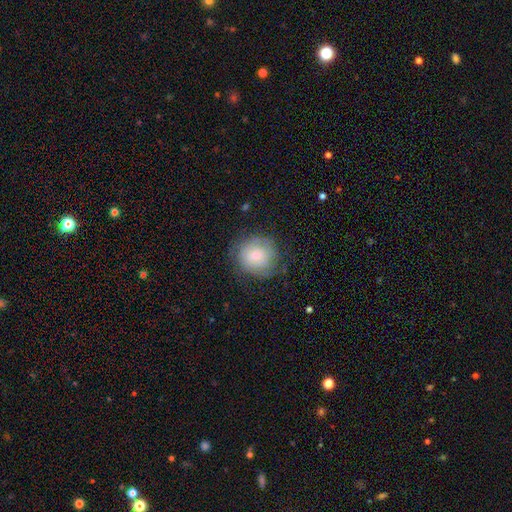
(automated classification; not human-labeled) Morphology: type=smooth (53%); roundness=round (85%); merging=none (70%).